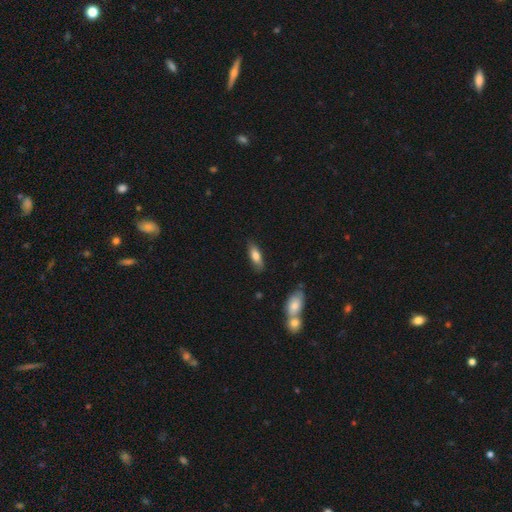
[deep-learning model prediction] smooth-or-featured: smooth: 76% | featured or disk: 17% | star or artifact: 7%
  how-rounded: in between: 63% | cigar-shaped: 35% | round: 2%
  merging: none: 81% | minor disturbance: 14% | major disturbance: 3% | merger: 2%